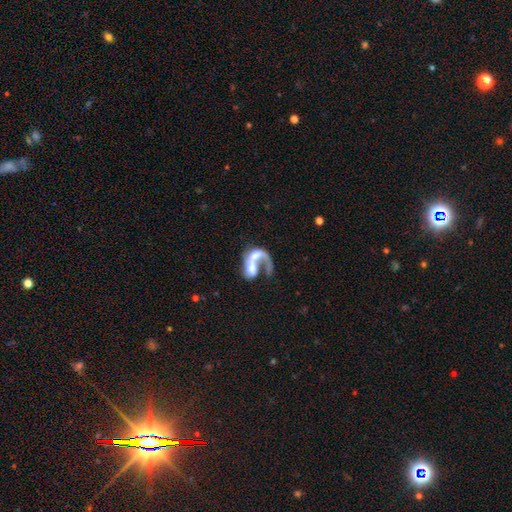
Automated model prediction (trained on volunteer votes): smooth-or-featured: featured or disk: 59% | smooth: 33% | star or artifact: 8%
  disk-edge-on: no: 96% | yes: 4%
    bar: no: 64% | weak: 25% | strong: 11%
    has-spiral-arms: yes: 62% | no: 38%
    bulge-size: moderate: 39% | large: 22% | none: 18% | small: 17% | dominant: 5%
  merging: merger: 60% | major disturbance: 21% | none: 13% | minor disturbance: 6%